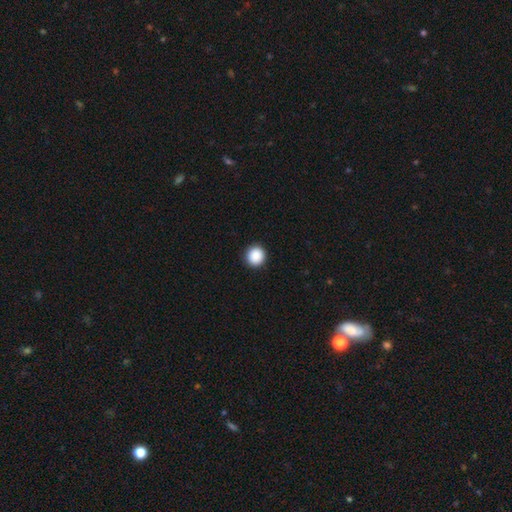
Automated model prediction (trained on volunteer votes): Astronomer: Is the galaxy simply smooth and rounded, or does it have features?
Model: smooth — 89%.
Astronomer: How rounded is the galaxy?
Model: round — 94%.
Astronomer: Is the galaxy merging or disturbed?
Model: none — 93%.